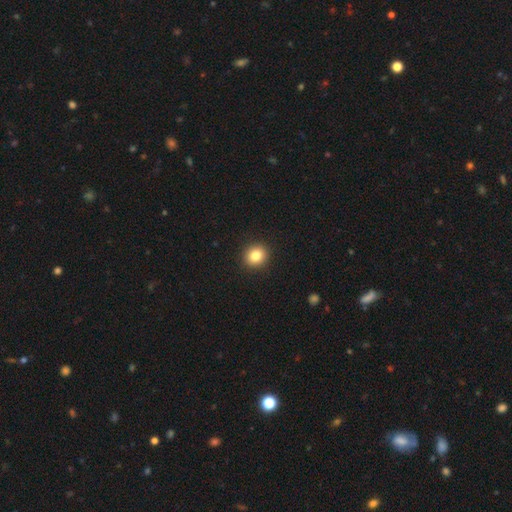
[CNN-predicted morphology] This appears to be a smooth galaxy with no disk features (83%) that is round (83%). Merging: none (92%).